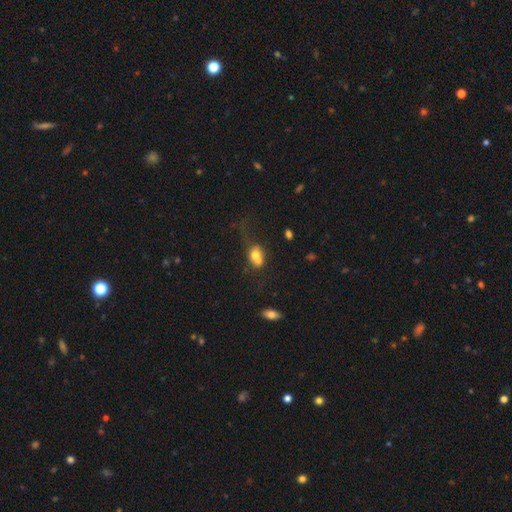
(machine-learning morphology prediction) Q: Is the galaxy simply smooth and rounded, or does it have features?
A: smooth — 68%.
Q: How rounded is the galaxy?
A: in between — 63%.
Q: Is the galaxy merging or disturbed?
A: merger — 40%.